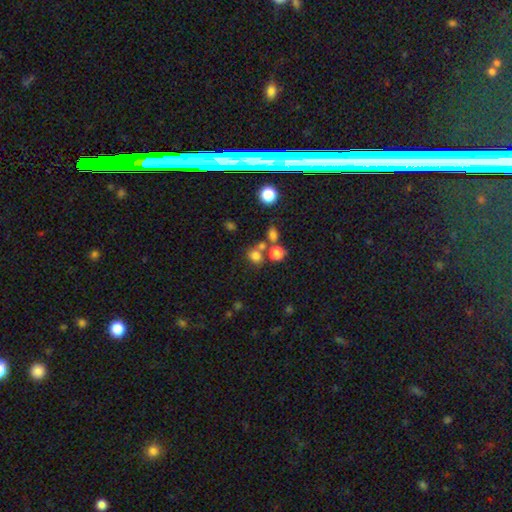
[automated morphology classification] Smooth or featured: smooth — 73% (star or artifact — 18%)
How rounded: round — 72% (in between — 27%)
Merging: none — 58% (merger — 26%)